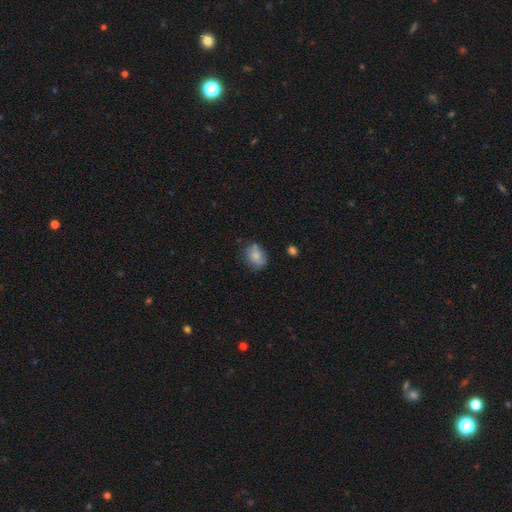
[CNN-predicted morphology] smooth 78%, featured or disk 13%, star or artifact 8%. Down the decision tree: how rounded — in between (60%); merging — none (65%).